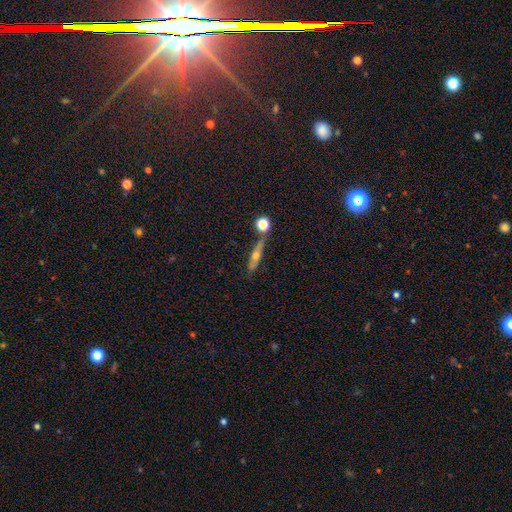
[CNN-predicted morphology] This is possibly a featured or disk galaxy (55%). It is clearly viewed edge-on (87%). Merging: likely none (67%).